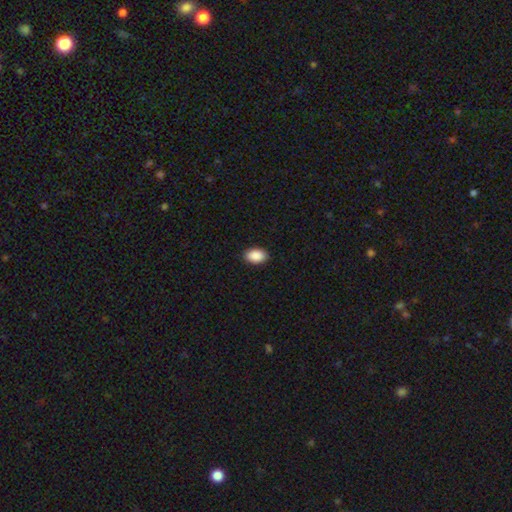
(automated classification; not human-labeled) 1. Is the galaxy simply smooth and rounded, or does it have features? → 91% smooth, 7% star or artifact, 3% featured or disk.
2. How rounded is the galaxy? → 92% in between, 7% round, 1% cigar-shaped.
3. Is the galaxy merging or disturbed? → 90% none, 7% minor disturbance, 2% major disturbance, 1% merger.